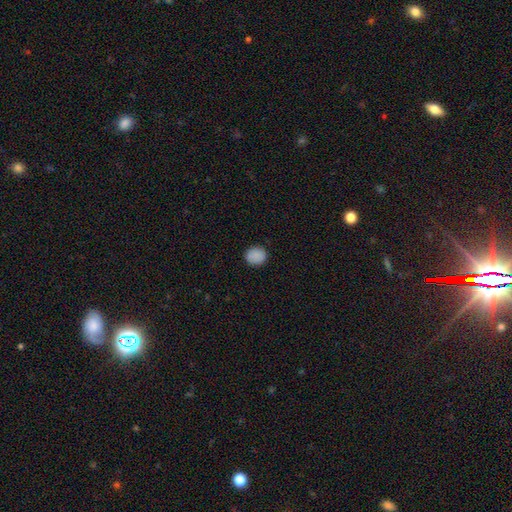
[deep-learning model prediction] Q: Smooth or featured?
A: smooth (88%); runner-up: star or artifact (9%)
Q: How rounded?
A: round (77%); runner-up: in between (22%)
Q: Merging?
A: none (88%); runner-up: minor disturbance (9%)